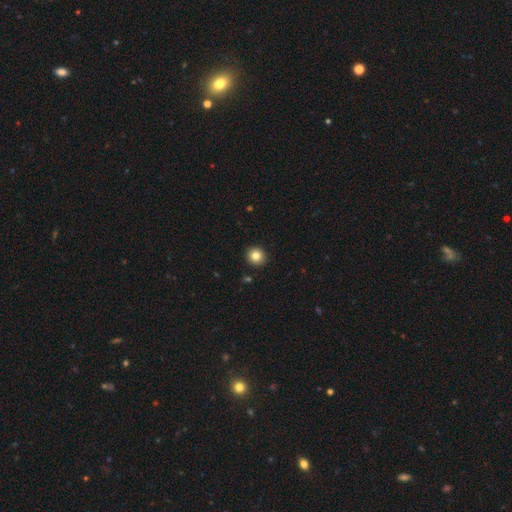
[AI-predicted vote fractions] A smooth galaxy with no disk features (83%) that is round (90%).

Vote fractions:
- Smooth or featured? smooth: 83% / star or artifact: 11% / featured or disk: 7%
- How rounded? round: 90% / in between: 9% / cigar-shaped: 1%
- Merging? none: 92% / minor disturbance: 5% / major disturbance: 1% / merger: 1%